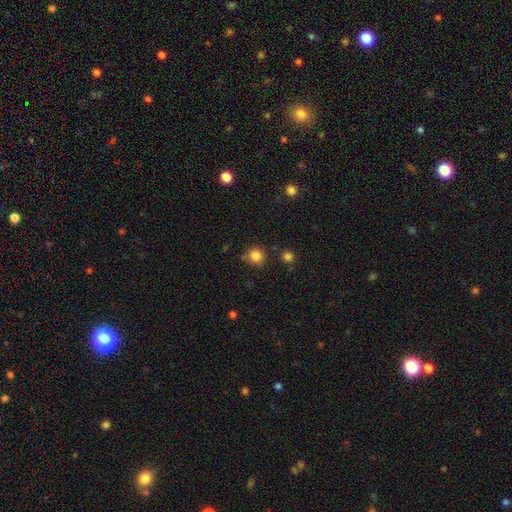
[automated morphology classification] Smooth or featured: smooth — 83% (star or artifact — 12%)
How rounded: round — 91% (in between — 8%)
Merging: none — 79% (minor disturbance — 11%)